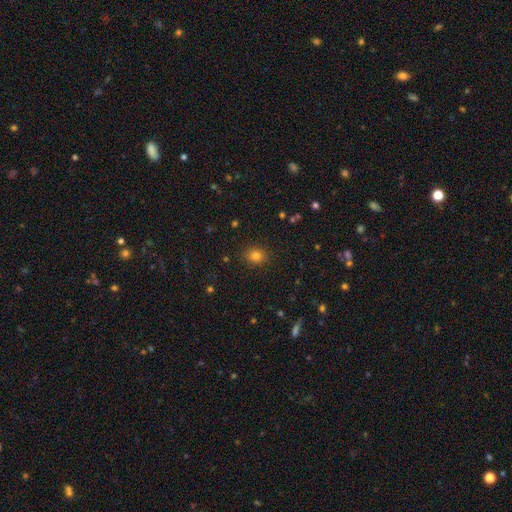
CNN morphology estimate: The model was most divided on "how rounded": round: 62%, in between: 37%, cigar-shaped: 1%. More confident: merging — none (89%); smooth or featured — smooth (80%).